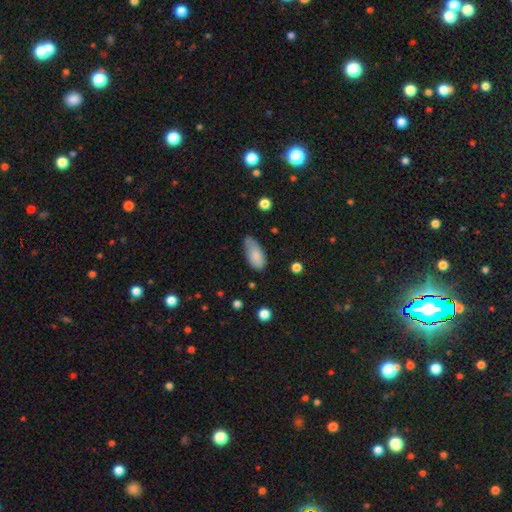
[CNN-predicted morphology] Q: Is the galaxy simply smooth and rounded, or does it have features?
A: smooth — 83%.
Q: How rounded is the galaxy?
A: in between — 89%.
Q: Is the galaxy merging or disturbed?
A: none — 47%.